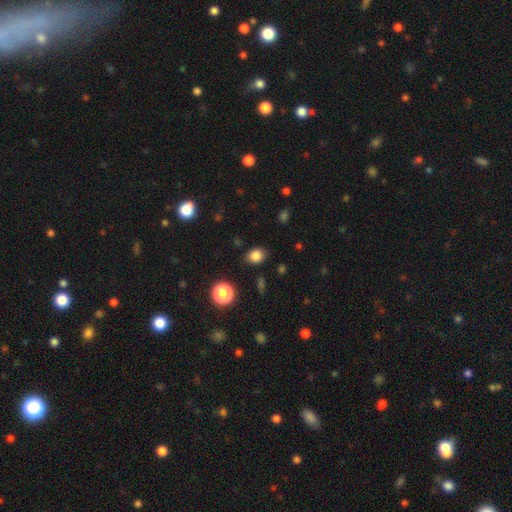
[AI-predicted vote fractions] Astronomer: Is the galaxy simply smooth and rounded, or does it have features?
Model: smooth — 83%.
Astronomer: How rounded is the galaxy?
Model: in between — 57% (runner-up: round, 42%).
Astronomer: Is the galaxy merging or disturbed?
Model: none — 84%.